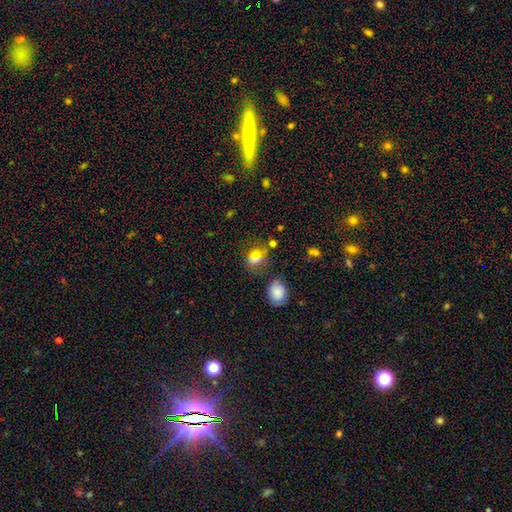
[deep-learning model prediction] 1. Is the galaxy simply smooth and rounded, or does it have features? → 67% smooth, 21% star or artifact, 12% featured or disk.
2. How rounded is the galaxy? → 49% round (tied), 49% in between (tied), 2% cigar-shaped.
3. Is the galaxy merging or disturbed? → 64% none, 17% minor disturbance, 12% merger, 7% major disturbance.